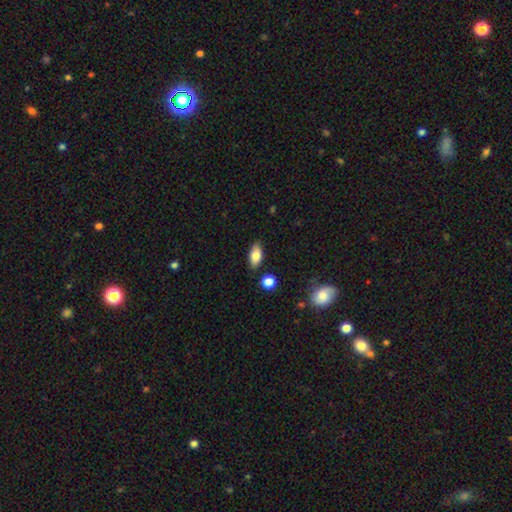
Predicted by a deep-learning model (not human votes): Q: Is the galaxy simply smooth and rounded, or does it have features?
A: smooth — 79%.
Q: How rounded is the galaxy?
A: in between — 88%.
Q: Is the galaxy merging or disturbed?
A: none — 85%.